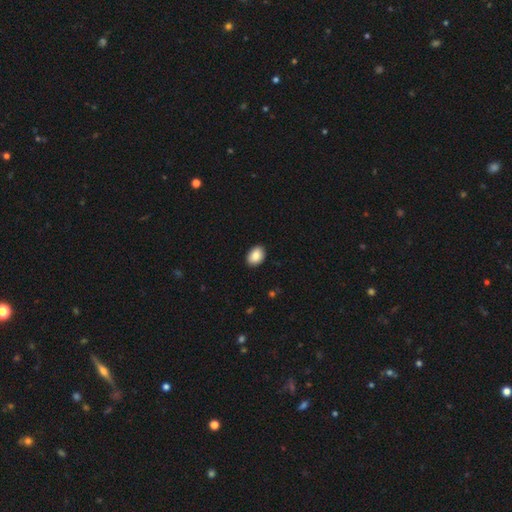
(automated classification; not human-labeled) smooth-or-featured: smooth: 87% | star or artifact: 7% | featured or disk: 5%
  how-rounded: in between: 78% | round: 21% | cigar-shaped: 1%
  merging: none: 90% | minor disturbance: 7% | major disturbance: 2% | merger: 1%